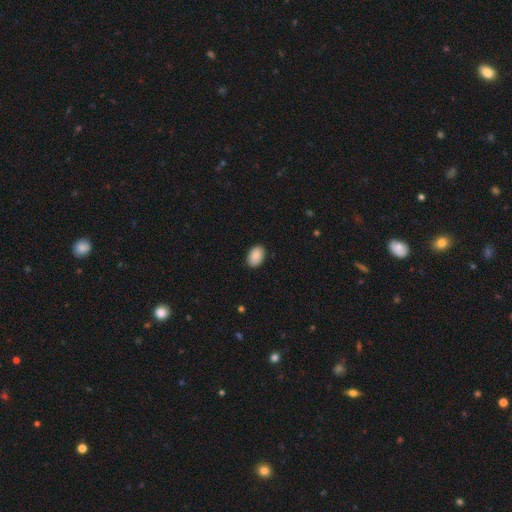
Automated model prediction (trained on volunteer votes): smooth_or_featured: smooth (p=0.90) [alt: star or artifact p=0.07]
how_rounded: in between (p=0.88) [alt: round p=0.11]
merging: none (p=0.89) [alt: minor disturbance p=0.08]